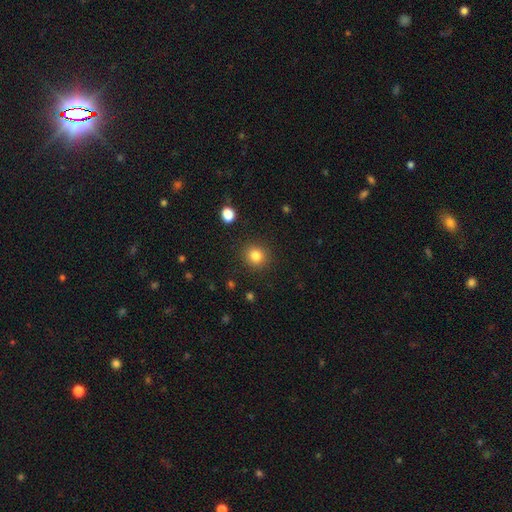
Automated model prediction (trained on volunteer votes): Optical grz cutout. It shows a smooth galaxy with no disk features (83%) that is round (89%). Merging: none (90%).